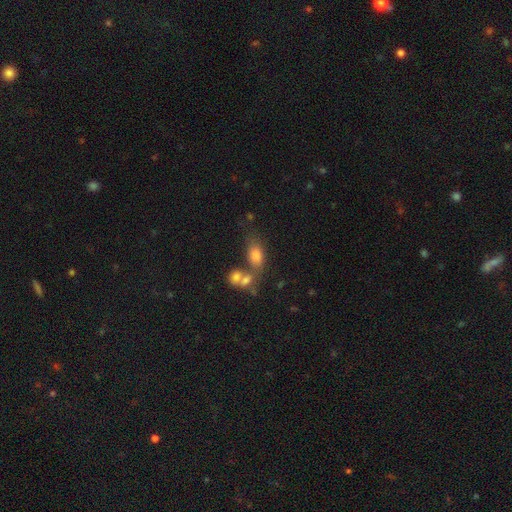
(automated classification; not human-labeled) Smooth or featured? Predicted: smooth (p=0.75). How rounded? Predicted: in between (p=0.84). Merging? Predicted: none (p=0.40).